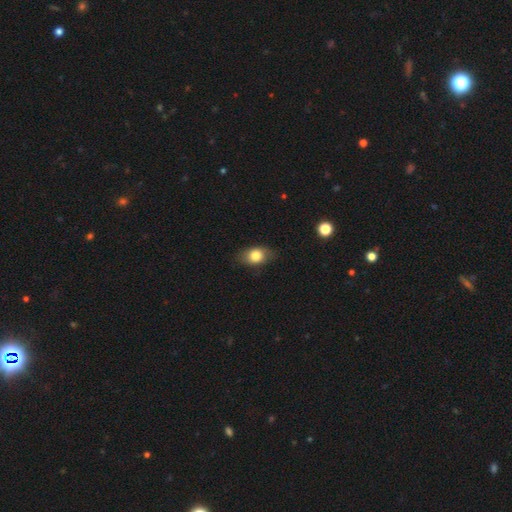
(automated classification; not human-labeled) smooth-or-featured: smooth: 78% | featured or disk: 13% | star or artifact: 8%
  how-rounded: in between: 76% | round: 22% | cigar-shaped: 2%
  merging: none: 78% | minor disturbance: 17% | major disturbance: 4% | merger: 1%